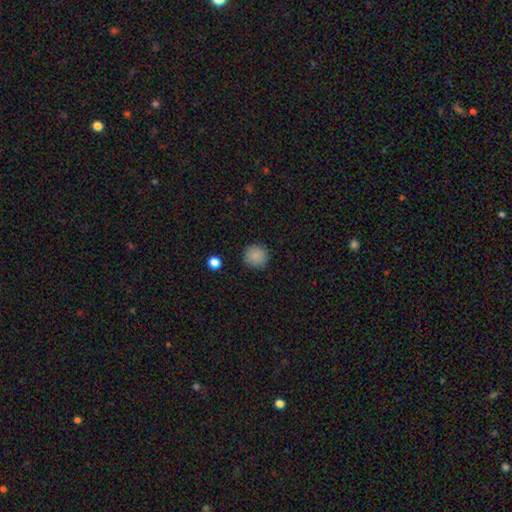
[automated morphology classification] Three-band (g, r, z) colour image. It shows a smooth galaxy with no disk features (86%) that is round (94%). Merging: none (89%).